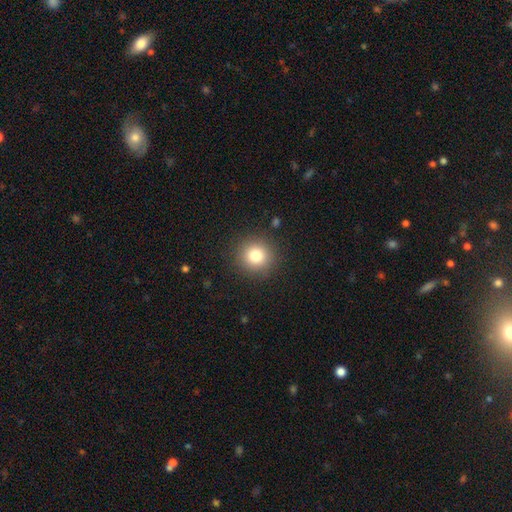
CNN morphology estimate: Smooth or featured: smooth — 80% (star or artifact — 12%)
How rounded: round — 94% (in between — 5%)
Merging: none — 90% (minor disturbance — 6%)